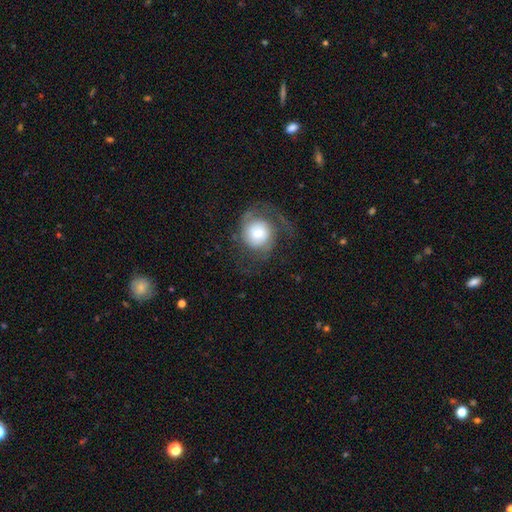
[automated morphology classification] smooth_or_featured: featured or disk (p=0.70) [alt: smooth p=0.20]
disk_edge_on: no (p=0.97) [alt: yes p=0.03]
bar: no (p=0.75) [alt: weak p=0.20]
has_spiral_arms: yes (p=0.91) [alt: no p=0.09]
spiral_winding: medium (p=0.42) [alt: tight p=0.38]
spiral_arm_count: 2 (p=0.56) [alt: 1 p=0.16]
bulge_size: moderate (p=0.41) [alt: large p=0.35]
merging: none (p=0.63) [alt: major disturbance p=0.19]